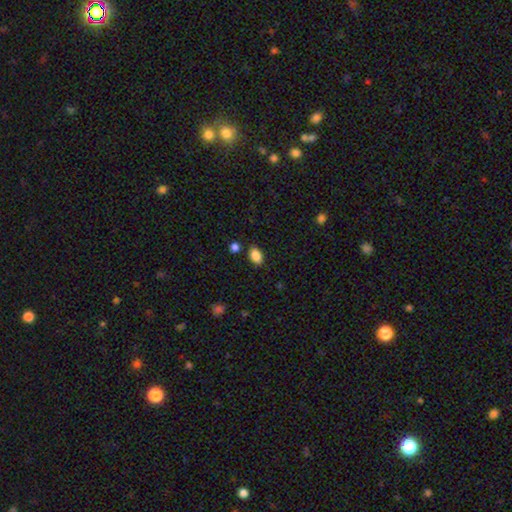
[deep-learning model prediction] Smooth or featured?
  - smooth: 87% *
  - star or artifact: 9%
  - featured or disk: 4%
How rounded?
  - in between: 89% *
  - round: 10%
  - cigar-shaped: 2%
Merging?
  - none: 83% *
  - minor disturbance: 11%
  - merger: 3%
  - major disturbance: 3%